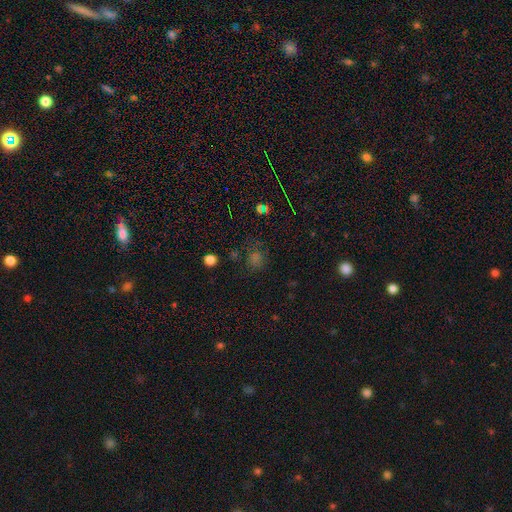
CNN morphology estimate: Smooth or featured? smooth (52%)
How rounded? round (81%)
Merging? none (75%)